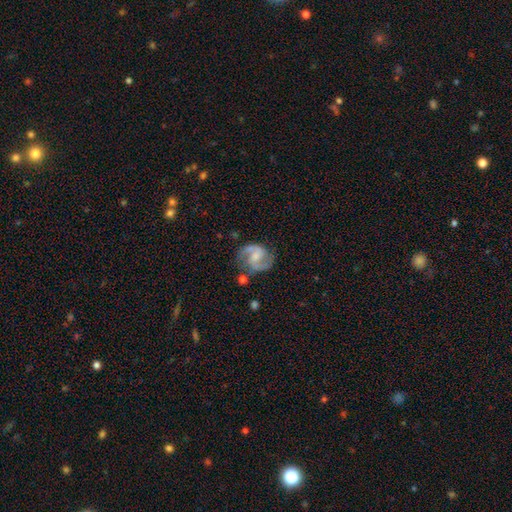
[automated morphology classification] smooth_or_featured: featured or disk (p=0.81) [alt: smooth p=0.13]
disk_edge_on: no (p=0.98) [alt: yes p=0.02]
bar: weak (p=0.50) [alt: no p=0.35]
has_spiral_arms: yes (p=0.94) [alt: no p=0.06]
spiral_winding: medium (p=0.55) [alt: loose p=0.26]
spiral_arm_count: 2 (p=0.89) [alt: can't tell p=0.04]
bulge_size: small (p=0.34) [alt: moderate p=0.32]
merging: none (p=0.66) [alt: minor disturbance p=0.19]